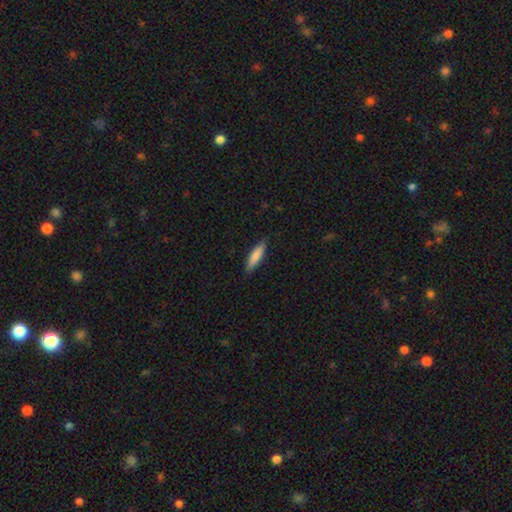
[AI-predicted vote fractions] A smooth galaxy with no disk features (81%) that is cigar-shaped (72%). Merging: none (87%).